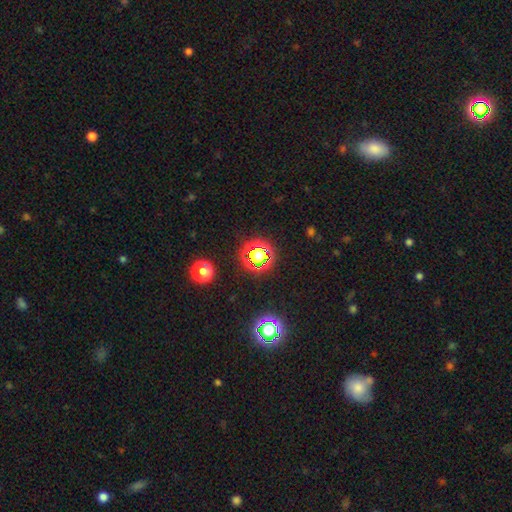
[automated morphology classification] Smooth or featured? star or artifact (63%)